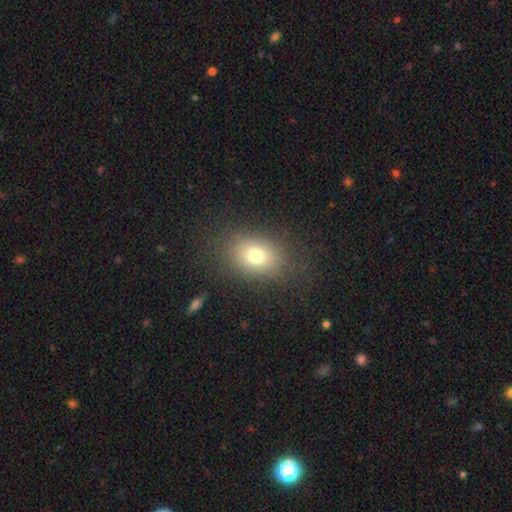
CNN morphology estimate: The model was most divided on "how rounded": in between: 68%, round: 31%, cigar-shaped: 1%. More confident: merging — none (82%); smooth or featured — smooth (75%).